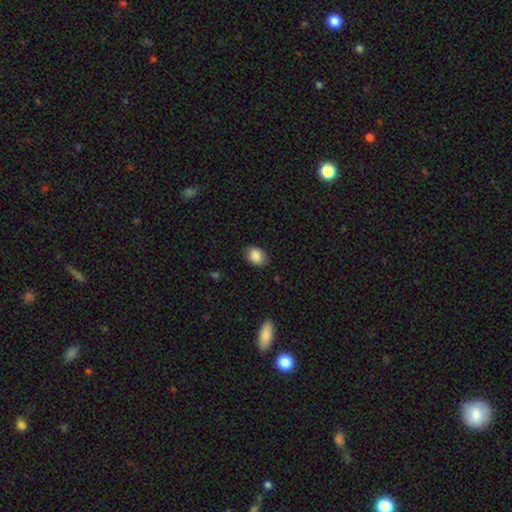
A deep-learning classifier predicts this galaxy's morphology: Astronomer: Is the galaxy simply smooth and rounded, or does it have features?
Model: smooth — 87%.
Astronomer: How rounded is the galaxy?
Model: in between — 71%.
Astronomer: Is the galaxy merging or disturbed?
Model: none — 84%.